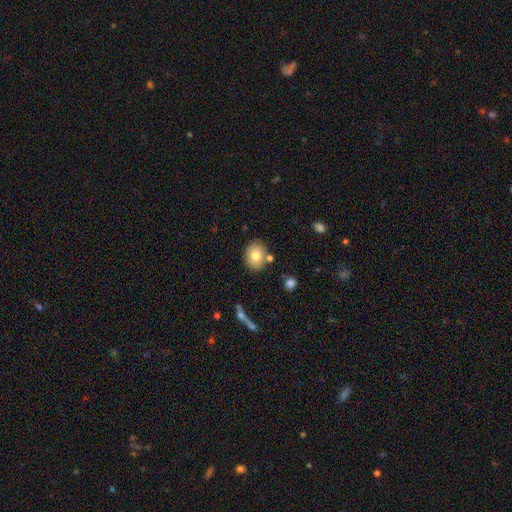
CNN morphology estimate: Overall: smooth (77%). How rounded: in between (54%; round 45%). Merging: none (81%).